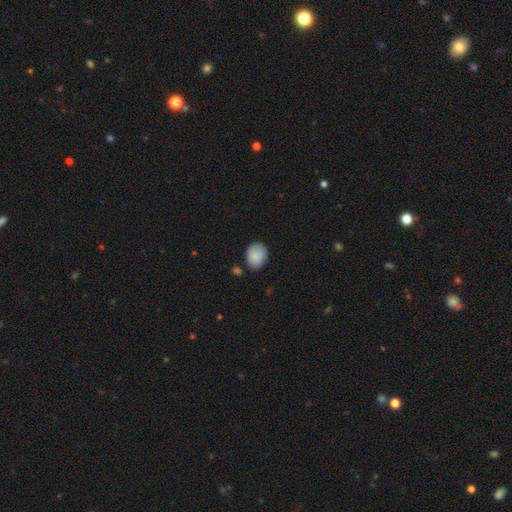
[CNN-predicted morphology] smooth-or-featured: smooth: 87% | star or artifact: 7% | featured or disk: 7%
  how-rounded: round: 50% | in between: 49% | cigar-shaped: 1%
  merging: none: 77% | minor disturbance: 16% | merger: 4% | major disturbance: 3%